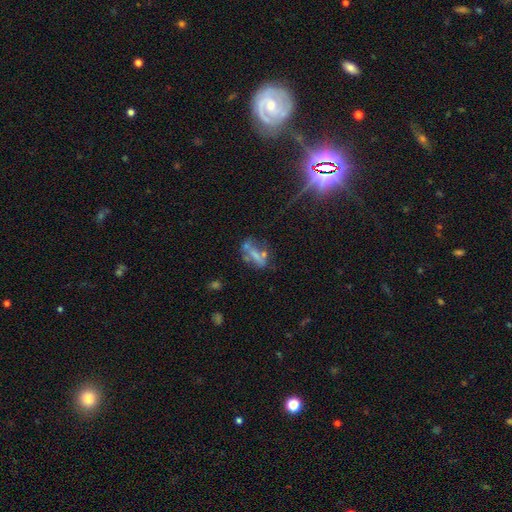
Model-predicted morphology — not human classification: type=smooth (43%); merging=none (39%).